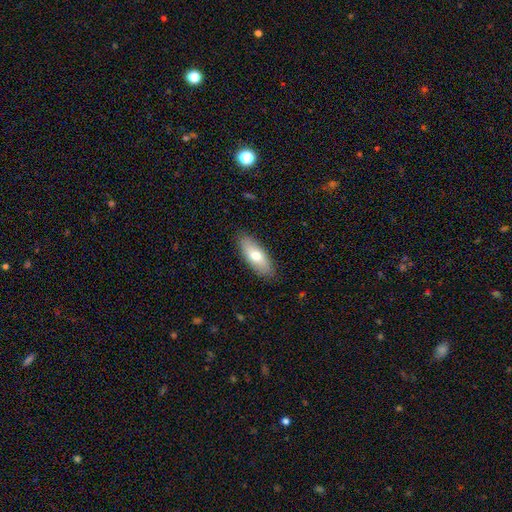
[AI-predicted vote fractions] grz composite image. It shows a smooth galaxy with no disk features (68%) that is in between round and cigar-shaped (74%). Merging: none (86%).